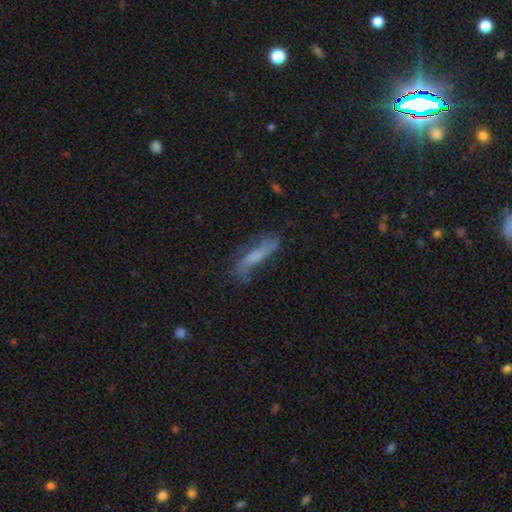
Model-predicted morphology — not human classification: Q: Smooth or featured?
A: featured or disk (50%); runner-up: smooth (40%)
Q: Merging?
A: none (50%); runner-up: minor disturbance (27%)